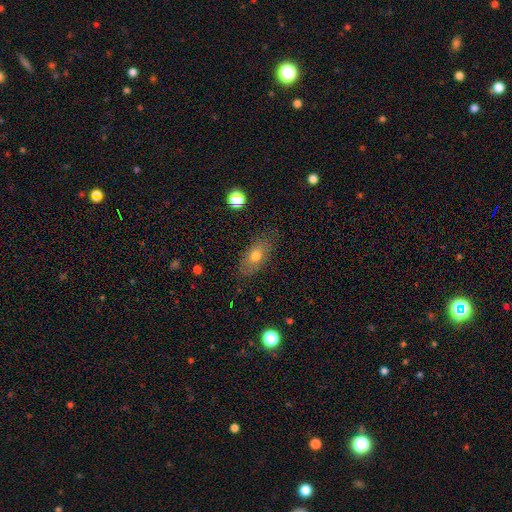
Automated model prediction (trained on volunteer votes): Morphology: type=smooth (66%); roundness=in between (86%); merging=none (77%).